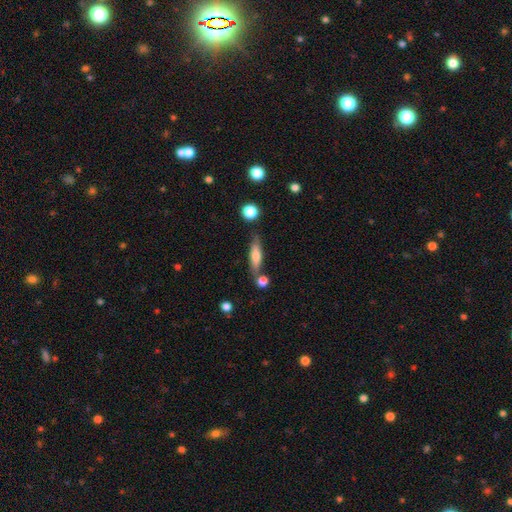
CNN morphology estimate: This is likely a smooth galaxy (67%). How rounded: likely cigar-shaped (65%). Merging: likely none (69%).